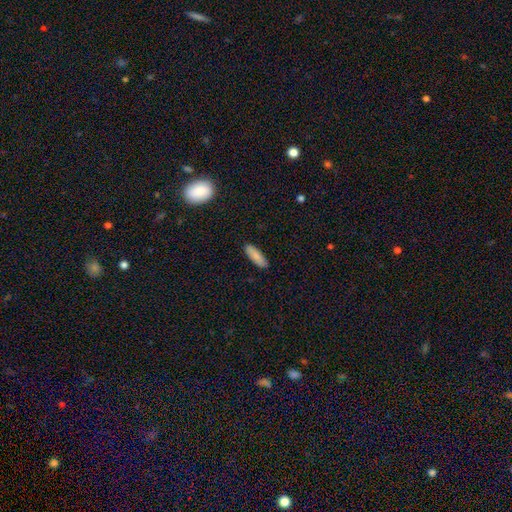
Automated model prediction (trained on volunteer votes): Q: Smooth or featured?
A: smooth (85%); runner-up: featured or disk (9%)
Q: How rounded?
A: in between (53%); runner-up: cigar-shaped (46%)
Q: Merging?
A: none (90%); runner-up: minor disturbance (8%)